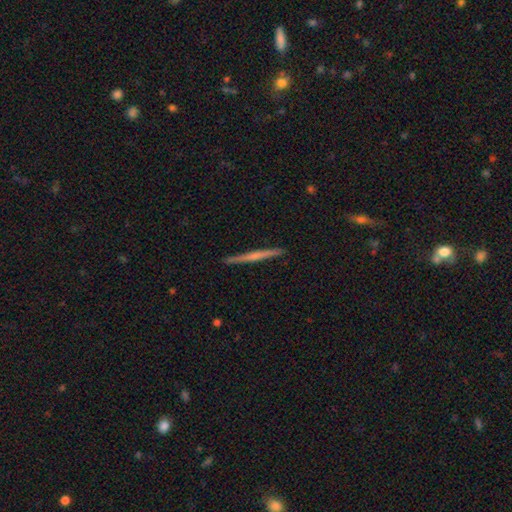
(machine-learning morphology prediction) type=featured or disk (60%); edge-on=yes (98%); edge-on bulge=none (56%); merging=none (92%).